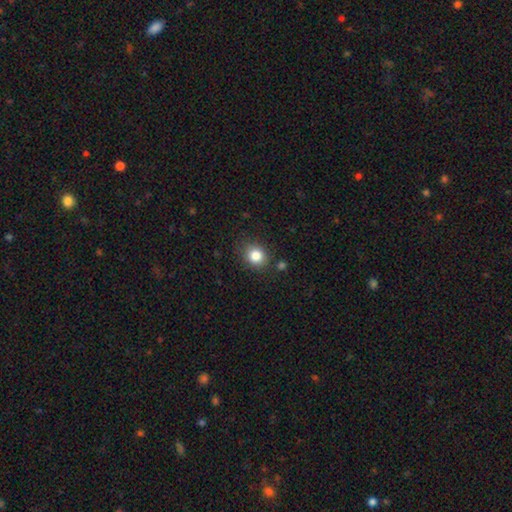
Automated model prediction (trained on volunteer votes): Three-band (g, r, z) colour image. It shows a smooth galaxy with no disk features (83%) that is round (70%). Merging: none (82%).